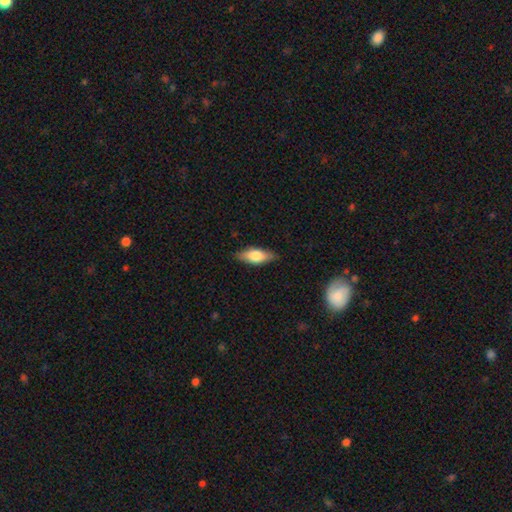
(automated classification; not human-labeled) A smooth galaxy with no disk features (69%) that is in between round and cigar-shaped (72%). Merging: none (85%).